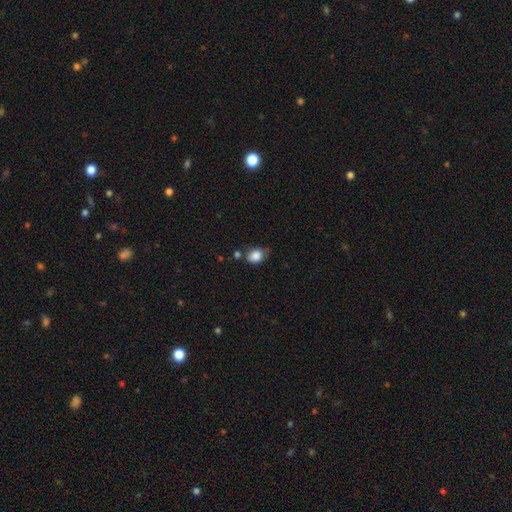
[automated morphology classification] smooth_or_featured: smooth (p=0.85) [alt: star or artifact p=0.09]
how_rounded: in between (p=0.50) [alt: round p=0.49]
merging: none (p=0.55) [alt: minor disturbance p=0.30]